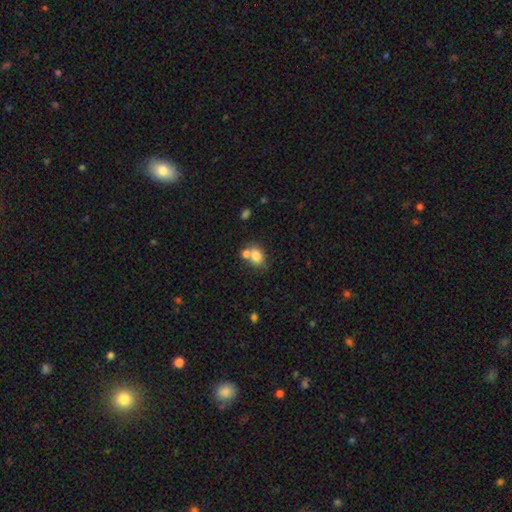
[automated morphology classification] smooth-or-featured: smooth: 78% | featured or disk: 11% | star or artifact: 10%
  how-rounded: in between: 62% | round: 36% | cigar-shaped: 1%
  merging: none: 42% | merger: 41% | minor disturbance: 12% | major disturbance: 5%